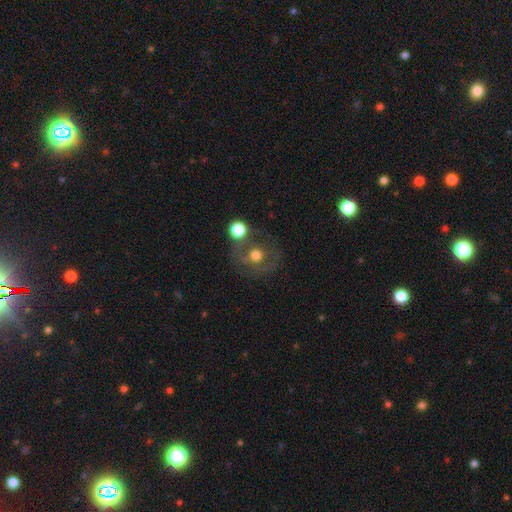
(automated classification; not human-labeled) Smooth or featured: smooth — 54% (featured or disk — 33%)
How rounded: round — 82% (in between — 17%)
Merging: none — 56% (merger — 21%)